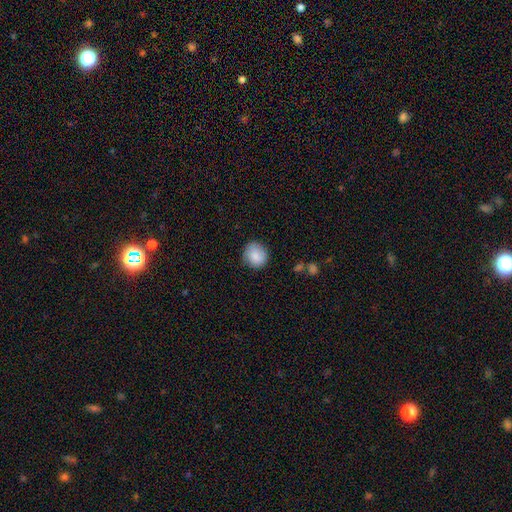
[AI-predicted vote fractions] Smooth or featured? Predicted: smooth (p=0.88). How rounded? Predicted: round (p=0.83). Merging? Predicted: none (p=0.82).